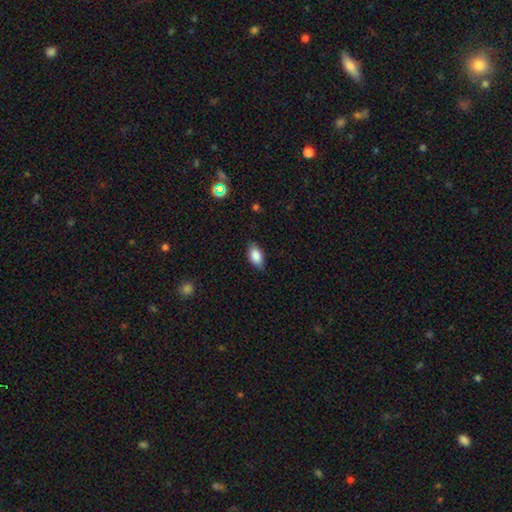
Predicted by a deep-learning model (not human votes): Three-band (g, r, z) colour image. It shows a smooth galaxy with no disk features (84%) that is in between round and cigar-shaped (90%). Merging: none (81%).